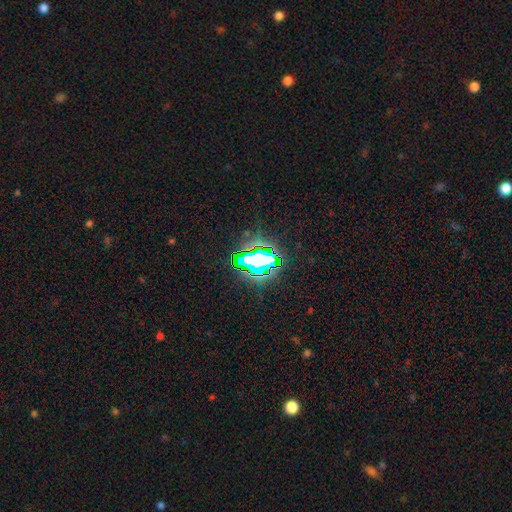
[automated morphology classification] star or artifact 77%, smooth 14%, featured or disk 9%.